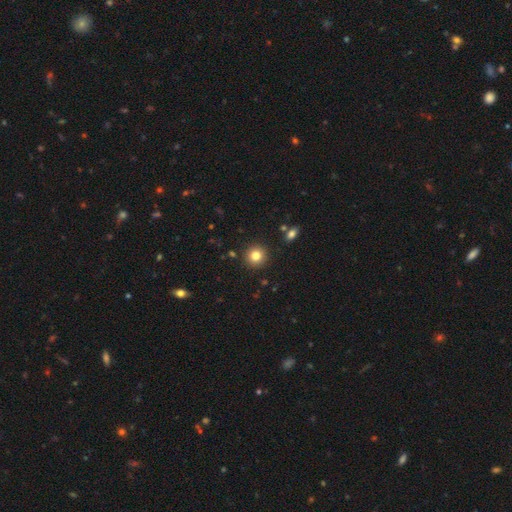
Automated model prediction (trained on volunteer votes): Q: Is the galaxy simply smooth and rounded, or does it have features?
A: smooth — 82%.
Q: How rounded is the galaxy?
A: round — 93%.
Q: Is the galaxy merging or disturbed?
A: none — 91%.